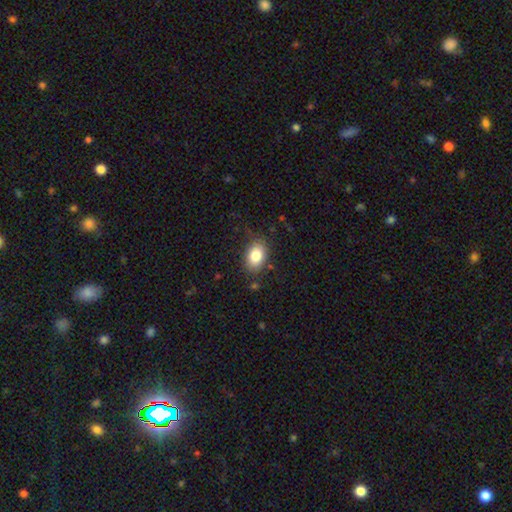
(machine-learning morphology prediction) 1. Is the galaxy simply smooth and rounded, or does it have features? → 83% smooth, 9% featured or disk, 8% star or artifact.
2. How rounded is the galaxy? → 84% in between, 15% round, 1% cigar-shaped.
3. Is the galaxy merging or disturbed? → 81% none, 14% minor disturbance, 4% major disturbance, 2% merger.